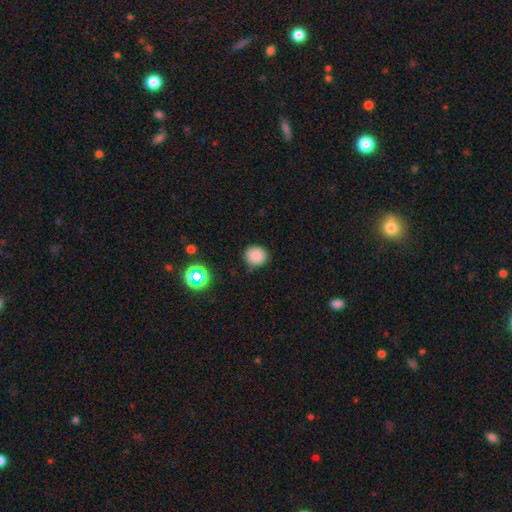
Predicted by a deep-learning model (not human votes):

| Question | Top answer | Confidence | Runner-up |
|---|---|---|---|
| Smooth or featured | smooth | 84% | star or artifact (13%) |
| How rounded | round | 87% | in between (12%) |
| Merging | none | 86% | minor disturbance (10%) |